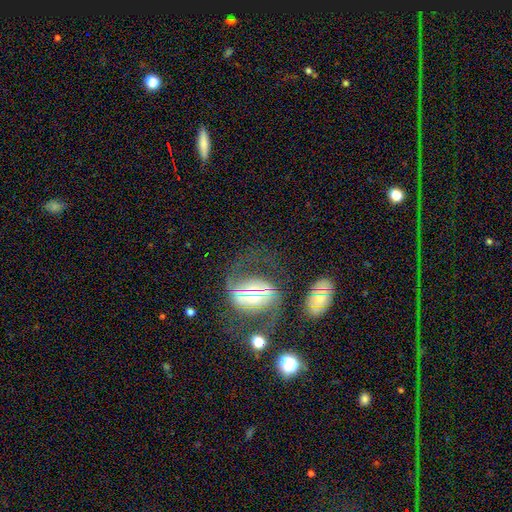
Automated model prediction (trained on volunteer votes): Smooth or featured? Predicted: featured or disk (p=0.74). Edge-on disk? Predicted: no (p=0.96). Bar? Predicted: no (p=0.46). Spiral arms? Predicted: yes (p=0.84). Spiral winding? Predicted: medium (p=0.48). Spiral arm count? Predicted: 2 (p=0.78). Bulge size? Predicted: moderate (p=0.64). Merging? Predicted: none (p=0.50).